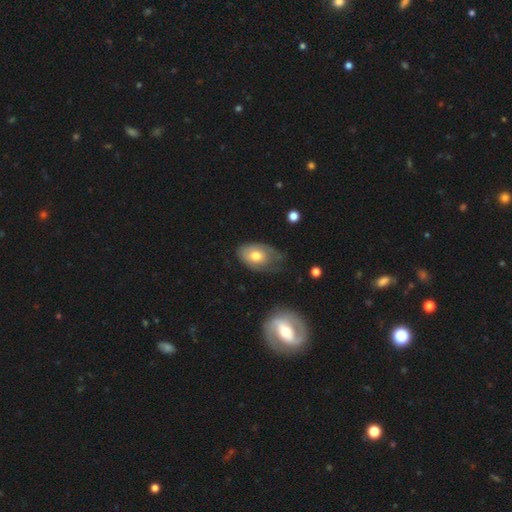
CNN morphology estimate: Smooth or featured? smooth (61%)
How rounded? in between (86%)
Merging? none (44%)